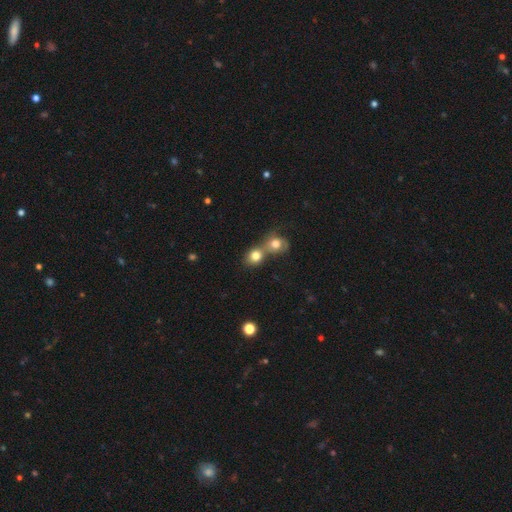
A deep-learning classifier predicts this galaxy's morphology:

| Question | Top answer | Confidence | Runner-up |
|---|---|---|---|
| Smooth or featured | smooth | 80% | featured or disk (11%) |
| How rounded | round | 70% | in between (29%) |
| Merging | merger | 61% | none (29%) |